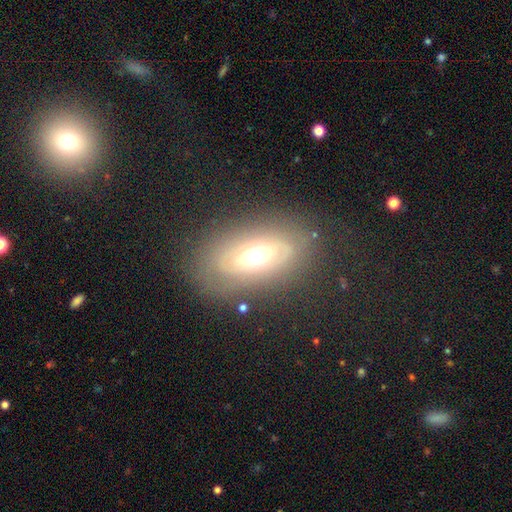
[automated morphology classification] Smooth or featured: featured or disk — 62% (smooth — 29%)
Edge-on disk: no — 87% (yes — 13%)
Bar: no — 61% (weak — 27%)
Spiral arms: yes — 55% (no — 45%)
Bulge size: moderate — 65% (large — 22%)
Merging: none — 77% (minor disturbance — 15%)